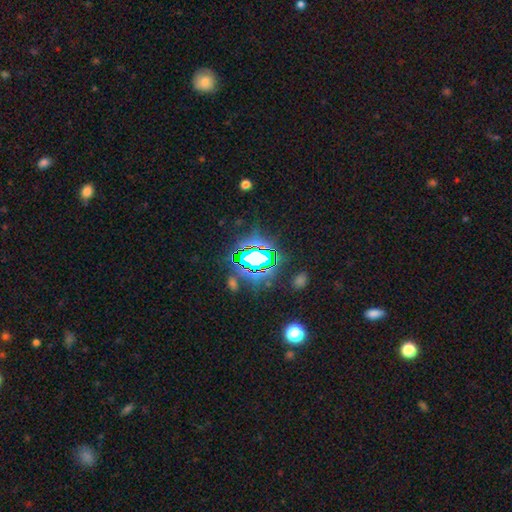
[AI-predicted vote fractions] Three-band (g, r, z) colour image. It shows a star or artifact, not a galaxy (81%).